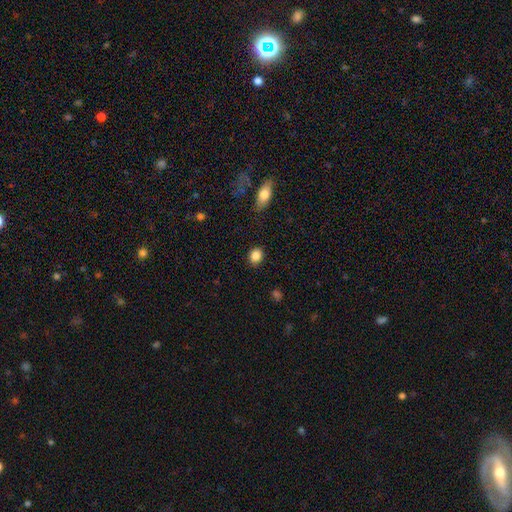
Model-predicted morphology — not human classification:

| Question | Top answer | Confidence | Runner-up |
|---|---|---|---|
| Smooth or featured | smooth | 86% | star or artifact (9%) |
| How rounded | round | 63% | in between (36%) |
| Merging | none | 87% | minor disturbance (9%) |